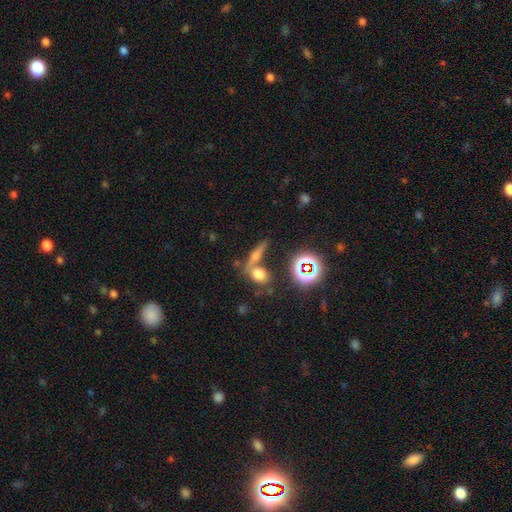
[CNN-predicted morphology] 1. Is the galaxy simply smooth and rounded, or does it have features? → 49% smooth, 27% featured or disk, 24% star or artifact.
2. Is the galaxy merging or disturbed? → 53% none, 32% merger, 10% minor disturbance, 5% major disturbance.